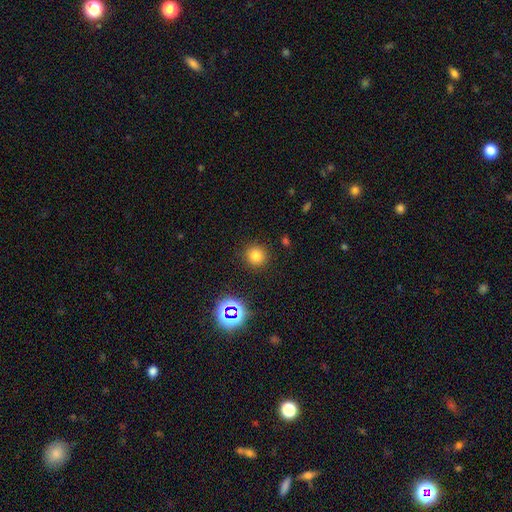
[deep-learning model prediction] Smooth or featured? Predicted: smooth (p=0.76). How rounded? Predicted: round (p=0.91). Merging? Predicted: none (p=0.89).